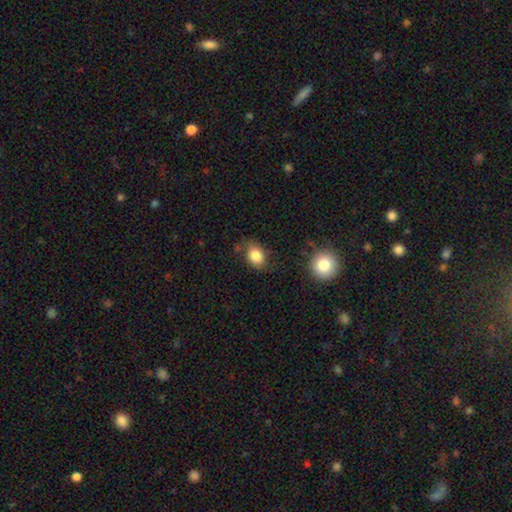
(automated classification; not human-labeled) Overall: smooth (83%). How rounded: in between (70%). Merging: none (70%).